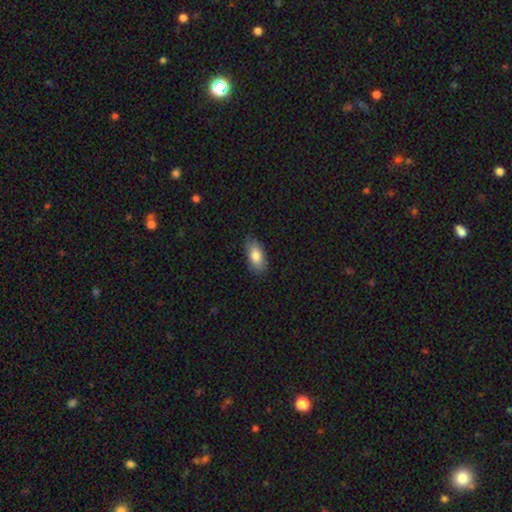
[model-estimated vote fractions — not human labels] Morphology: type=smooth (83%); roundness=in between (89%); merging=none (83%).